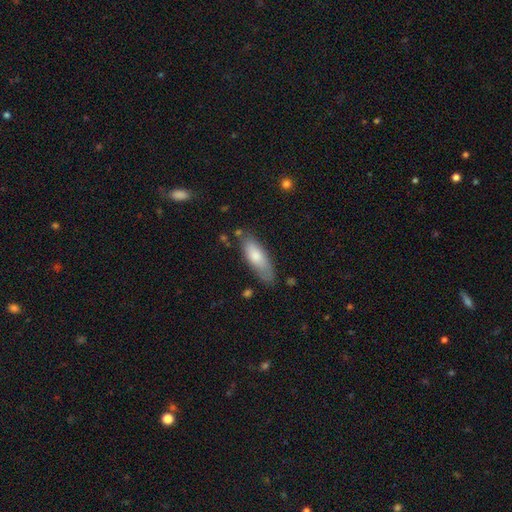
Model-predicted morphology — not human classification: Smooth or featured? smooth (76%)
How rounded? in between (62%)
Merging? none (70%)